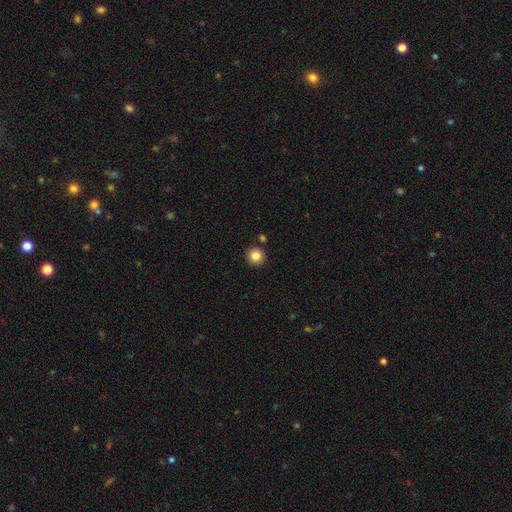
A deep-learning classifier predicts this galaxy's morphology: The model was most divided on "smooth or featured": smooth: 84%, star or artifact: 11%, featured or disk: 5%. More confident: how rounded — round (94%); merging — none (88%).